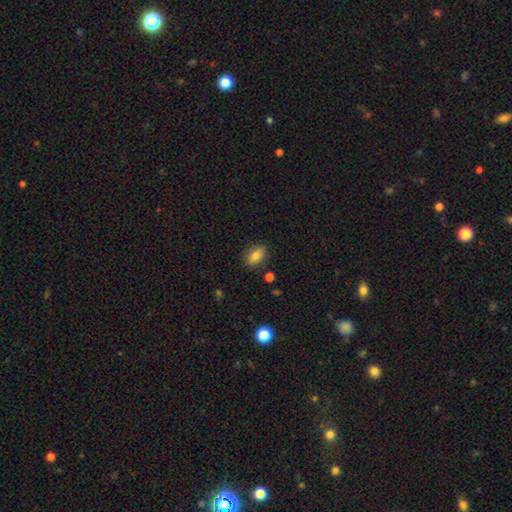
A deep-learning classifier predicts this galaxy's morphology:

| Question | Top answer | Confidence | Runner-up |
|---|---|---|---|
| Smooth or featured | smooth | 78% | featured or disk (13%) |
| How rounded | in between | 79% | round (13%) |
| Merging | none | 84% | minor disturbance (11%) |